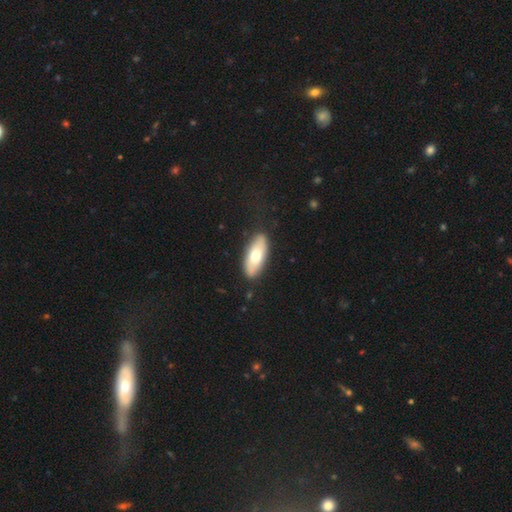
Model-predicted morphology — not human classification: A smooth galaxy with no disk features (65%) that is in between round and cigar-shaped (82%).

Vote fractions:
- Smooth or featured? smooth: 65% / featured or disk: 30% / star or artifact: 5%
- How rounded? in between: 82% / cigar-shaped: 16% / round: 2%
- Merging? none: 87% / minor disturbance: 10% / major disturbance: 2% / merger: 1%